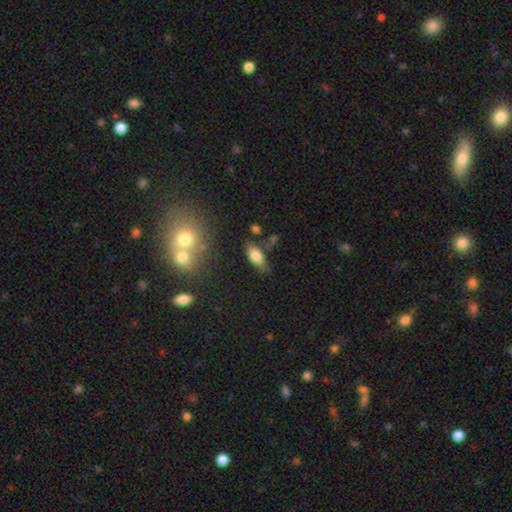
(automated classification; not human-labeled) A smooth galaxy with no disk features (77%) that is in between round and cigar-shaped (85%). Merging: none (65%).